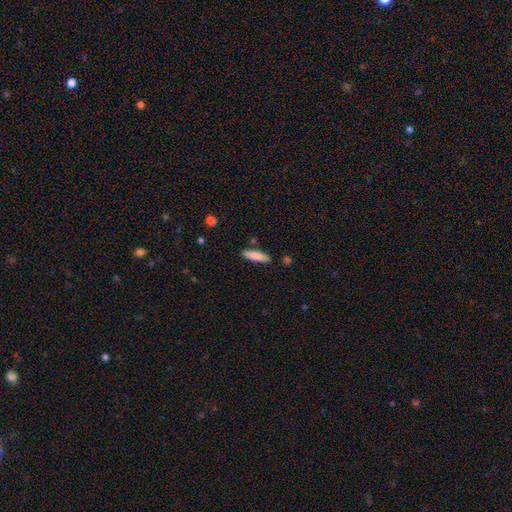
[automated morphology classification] This is clearly a smooth galaxy (85%). How rounded: likely cigar-shaped (76%). Merging: clearly none (85%).